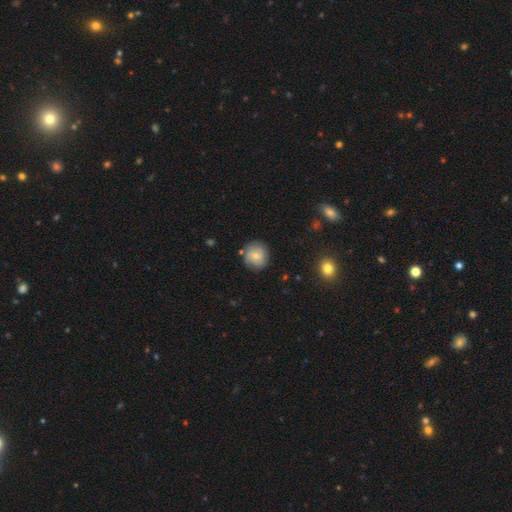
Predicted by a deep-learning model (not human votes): smooth-or-featured: smooth: 59% | featured or disk: 32% | star or artifact: 9%
  how-rounded: round: 86% | in between: 13% | cigar-shaped: 1%
  merging: none: 77% | minor disturbance: 17% | major disturbance: 4% | merger: 2%